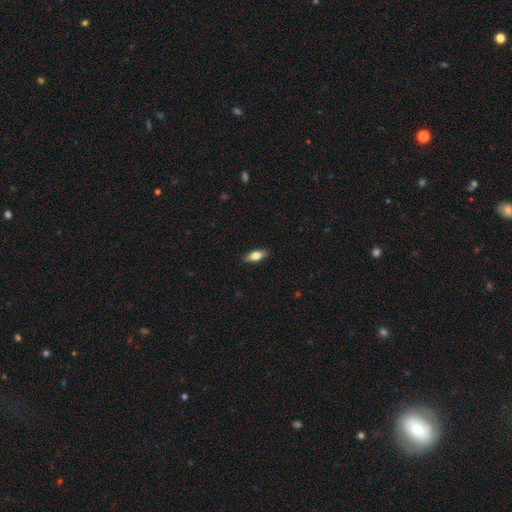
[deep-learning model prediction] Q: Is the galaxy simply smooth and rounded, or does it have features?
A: smooth — 69%.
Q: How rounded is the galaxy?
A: in between — 74%.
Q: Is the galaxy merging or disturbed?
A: none — 88%.